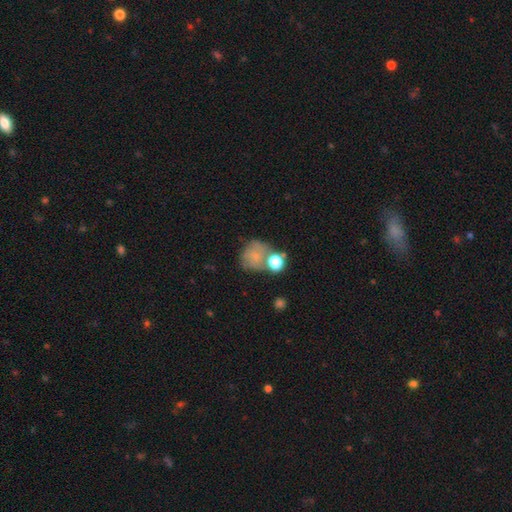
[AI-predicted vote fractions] This appears to be a smooth galaxy with no disk features (54%) that is round (74%). Merging: none (42%).